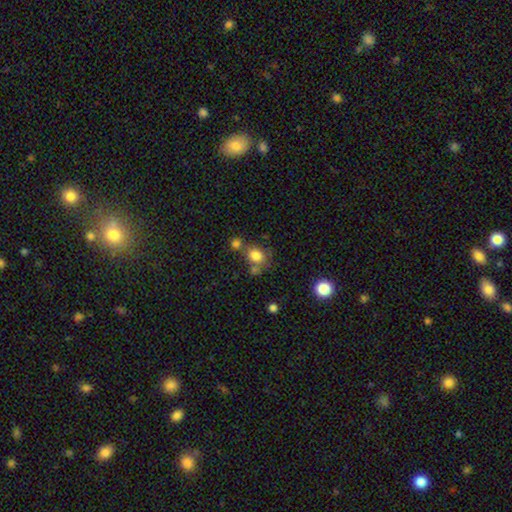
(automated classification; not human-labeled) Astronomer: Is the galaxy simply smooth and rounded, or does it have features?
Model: smooth — 80%.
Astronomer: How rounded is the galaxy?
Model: round — 66%.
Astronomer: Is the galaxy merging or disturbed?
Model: none — 52%.